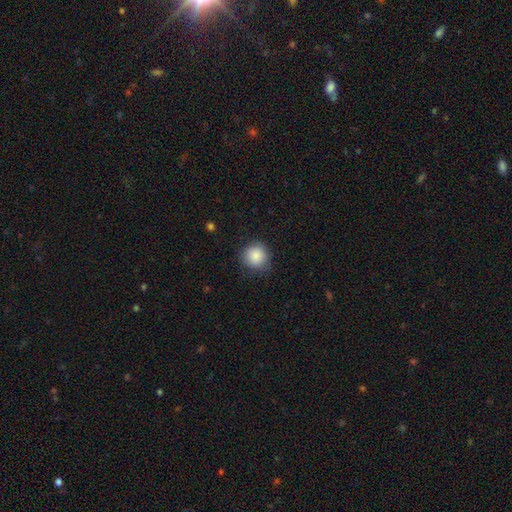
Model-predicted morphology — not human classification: A smooth galaxy with no disk features (87%) that is round (91%). Merging: none (82%).